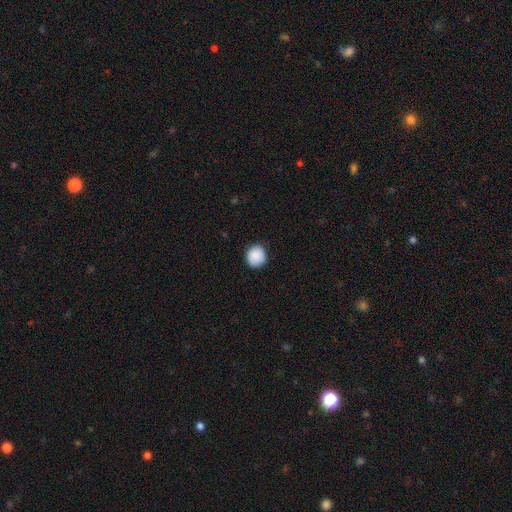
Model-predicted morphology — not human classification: Overall: smooth (89%). How rounded: round (86%). Merging: none (85%).